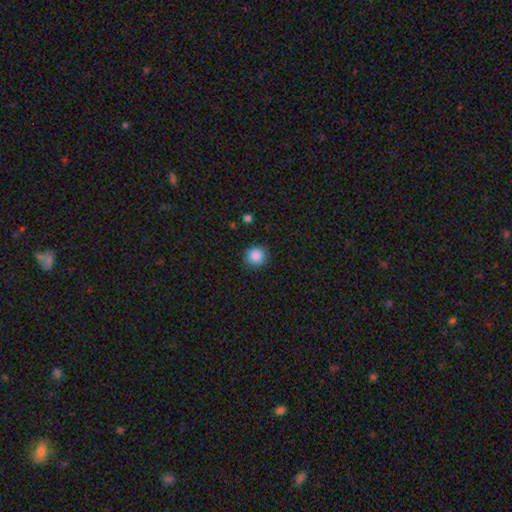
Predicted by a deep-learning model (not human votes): smooth_or_featured: smooth (p=0.87) [alt: star or artifact p=0.10]
how_rounded: round (p=0.92) [alt: in between p=0.07]
merging: none (p=0.88) [alt: minor disturbance p=0.08]